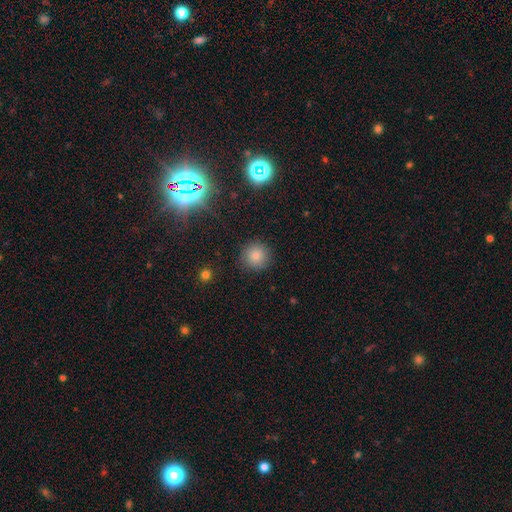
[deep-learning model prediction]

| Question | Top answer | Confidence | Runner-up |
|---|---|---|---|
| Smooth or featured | smooth | 80% | star or artifact (14%) |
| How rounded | round | 93% | in between (6%) |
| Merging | none | 89% | minor disturbance (7%) |